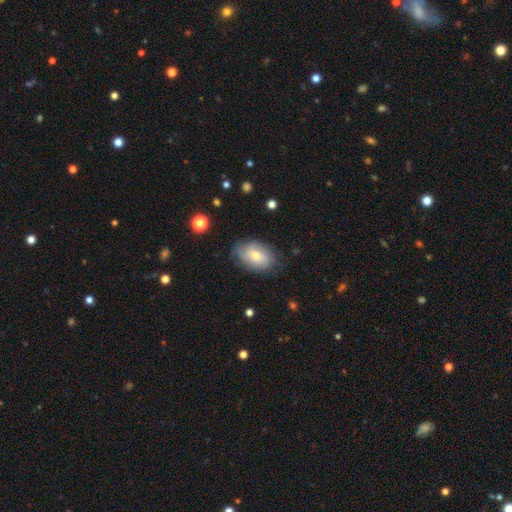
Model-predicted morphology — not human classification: smooth_or_featured: smooth (p=0.50) [alt: featured or disk p=0.43]
merging: none (p=0.73) [alt: minor disturbance p=0.20]